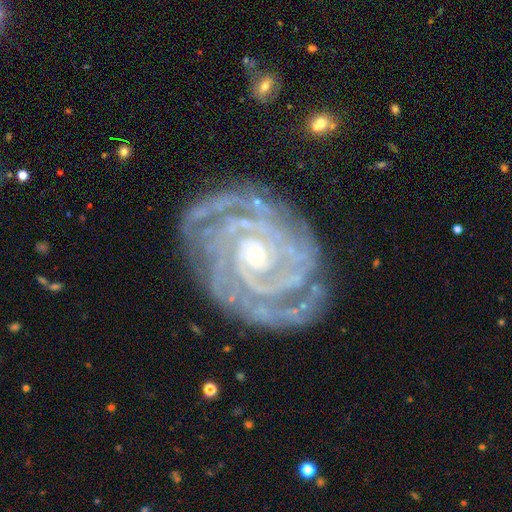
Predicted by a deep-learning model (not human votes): A featured or disk galaxy (92%) with no bar (66%), 2 (26%) tight (84%) spiral arms (98%) and a small central bulge (69%). Merging: none (76%).